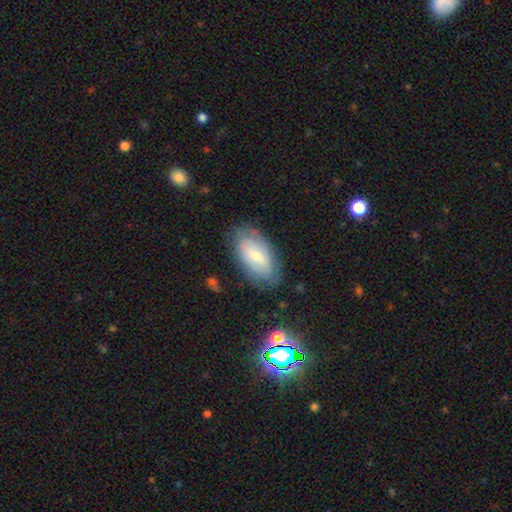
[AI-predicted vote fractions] Smooth or featured? featured or disk (46%, tied with smooth)
Merging? none (75%)